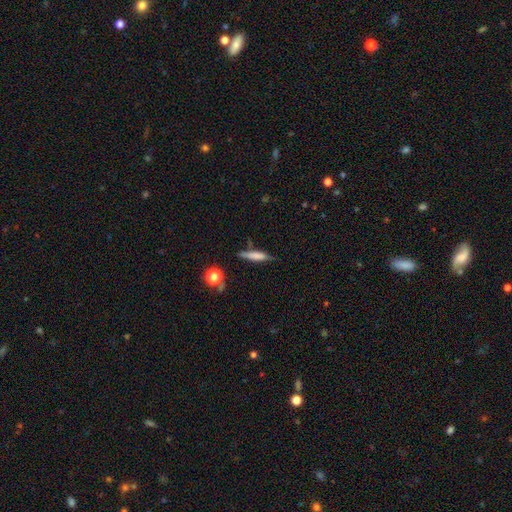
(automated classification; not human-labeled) This is likely a smooth galaxy (61%). How rounded: clearly cigar-shaped (85%). Merging: likely none (74%).